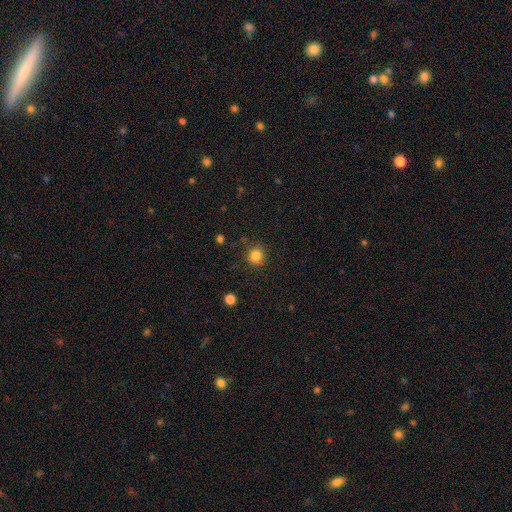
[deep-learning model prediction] Smooth or featured: smooth — 83% (star or artifact — 12%)
How rounded: round — 90% (in between — 9%)
Merging: none — 82% (minor disturbance — 12%)